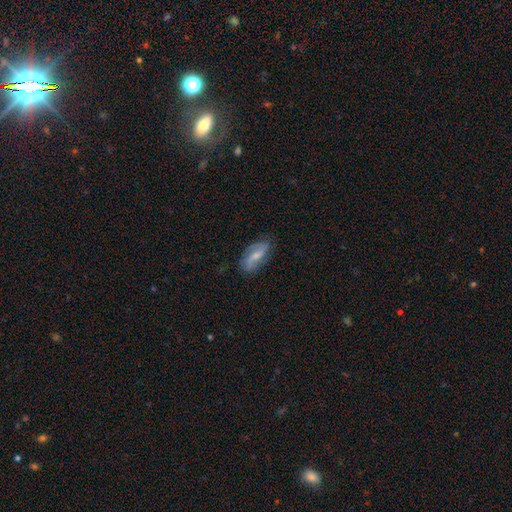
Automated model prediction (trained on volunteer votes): A featured or disk galaxy (64%) with a weak bar (45%), 2 (84%) loose (45%) spiral arms (89%) and a small central bulge (44%). Merging: none (73%).